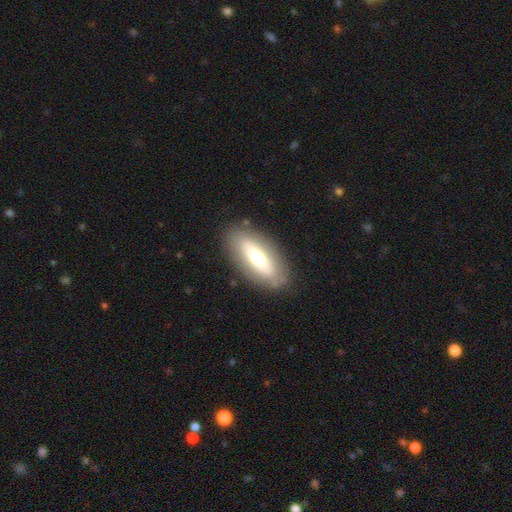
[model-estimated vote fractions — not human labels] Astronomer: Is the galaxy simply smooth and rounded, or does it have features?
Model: smooth — 55% (runner-up: featured or disk, 39%).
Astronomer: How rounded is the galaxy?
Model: in between — 82%.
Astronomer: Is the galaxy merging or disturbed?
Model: none — 85%.